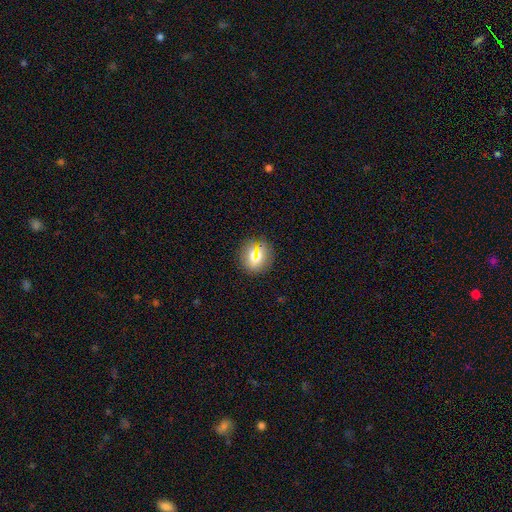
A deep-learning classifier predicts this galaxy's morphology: The model was most divided on "smooth or featured": smooth: 67%, star or artifact: 21%, featured or disk: 12%. More confident: merging — none (87%); how rounded — round (84%).